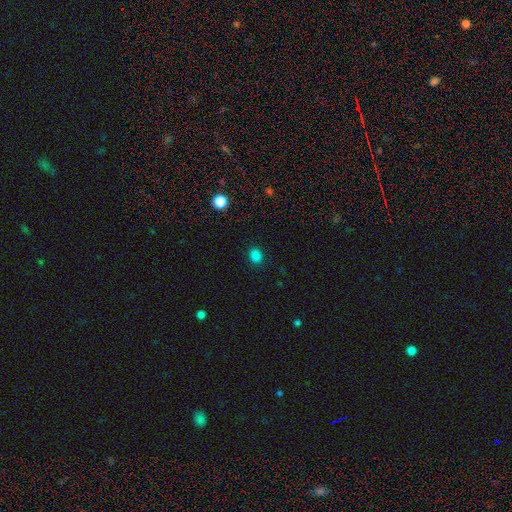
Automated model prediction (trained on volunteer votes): Q: Smooth or featured?
A: smooth (82%); runner-up: star or artifact (15%)
Q: How rounded?
A: round (61%); runner-up: in between (38%)
Q: Merging?
A: none (88%); runner-up: minor disturbance (8%)